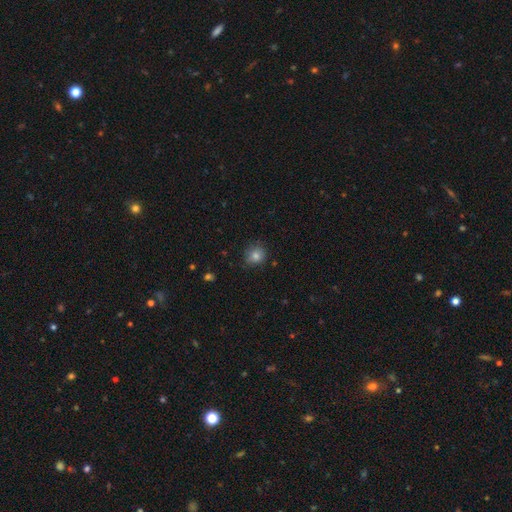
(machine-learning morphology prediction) smooth-or-featured: smooth: 81% | star or artifact: 12% | featured or disk: 7%
  how-rounded: round: 86% | in between: 13% | cigar-shaped: 1%
  merging: none: 80% | minor disturbance: 15% | major disturbance: 3% | merger: 1%